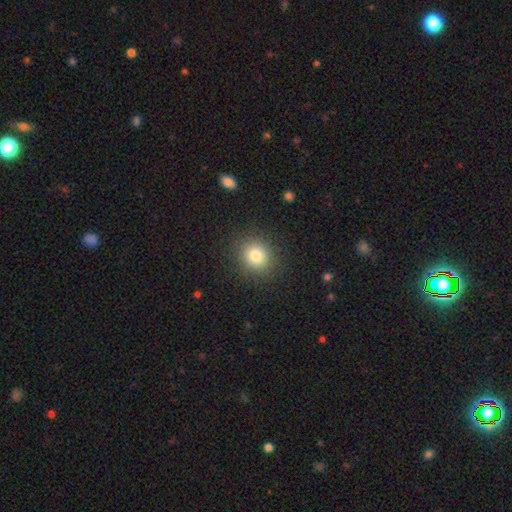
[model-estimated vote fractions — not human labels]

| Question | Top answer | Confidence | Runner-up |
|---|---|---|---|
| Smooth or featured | smooth | 81% | star or artifact (12%) |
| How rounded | round | 81% | in between (18%) |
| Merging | none | 88% | minor disturbance (7%) |